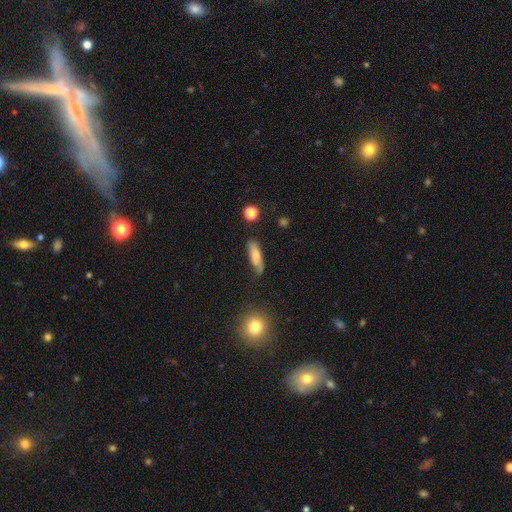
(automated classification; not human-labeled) Smooth or featured? smooth (74%)
How rounded? cigar-shaped (52%)
Merging? none (64%)